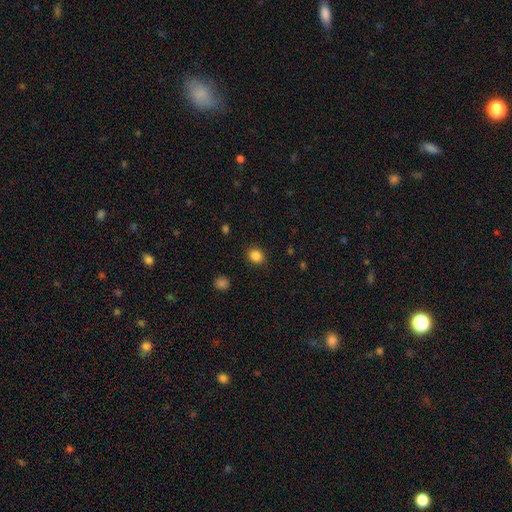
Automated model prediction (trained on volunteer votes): Q: Smooth or featured?
A: smooth (85%); runner-up: star or artifact (11%)
Q: How rounded?
A: round (67%); runner-up: in between (33%)
Q: Merging?
A: none (89%); runner-up: minor disturbance (7%)